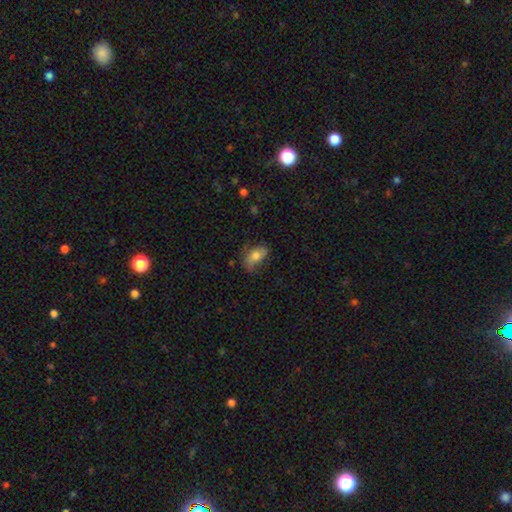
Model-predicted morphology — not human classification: Q: Smooth or featured?
A: smooth (68%); runner-up: featured or disk (24%)
Q: How rounded?
A: in between (89%); runner-up: round (7%)
Q: Merging?
A: none (49%); runner-up: minor disturbance (32%)